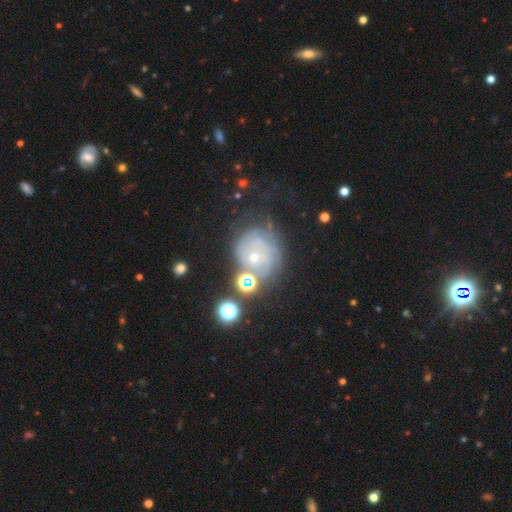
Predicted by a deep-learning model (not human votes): Overall: featured or disk (63%). Edge-on disk: no (97%). Bar: no (82%). Spiral arms: yes (76%). Bulge size: small (63%; moderate 31%). Merging: none (52%; minor disturbance 22%).